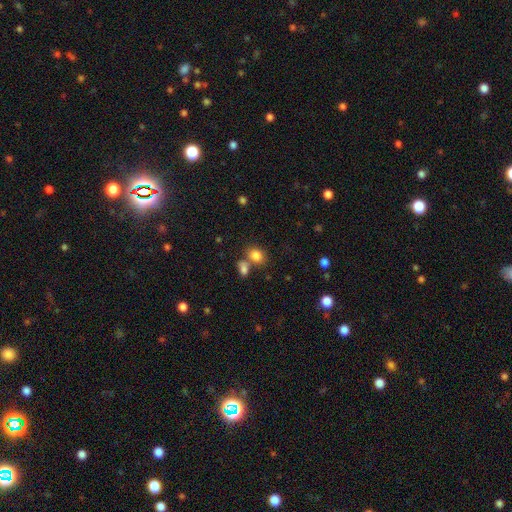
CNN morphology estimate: This is clearly a smooth galaxy (82%). How rounded: possibly in between (58%). Merging: possibly none (53%).